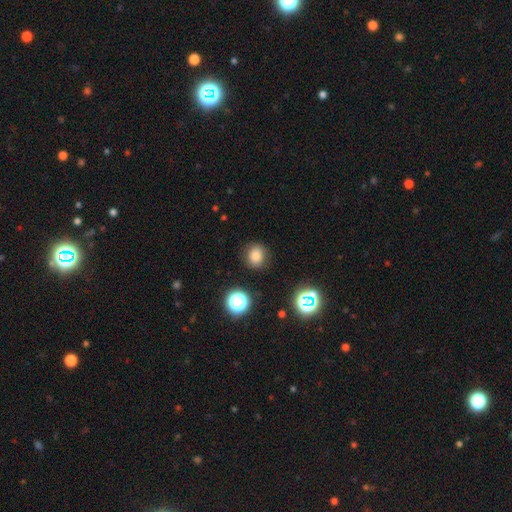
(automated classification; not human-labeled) Smooth or featured? Predicted: smooth (p=0.79). How rounded? Predicted: round (p=0.82). Merging? Predicted: none (p=0.87).